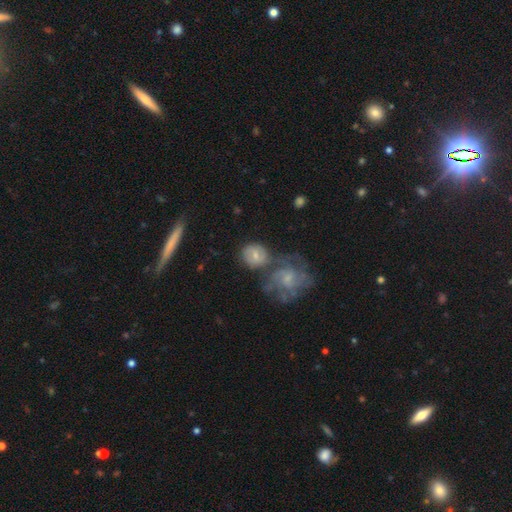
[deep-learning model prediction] This appears to be a smooth galaxy with no disk features (51%) that is round (74%). Merging: none (48%).